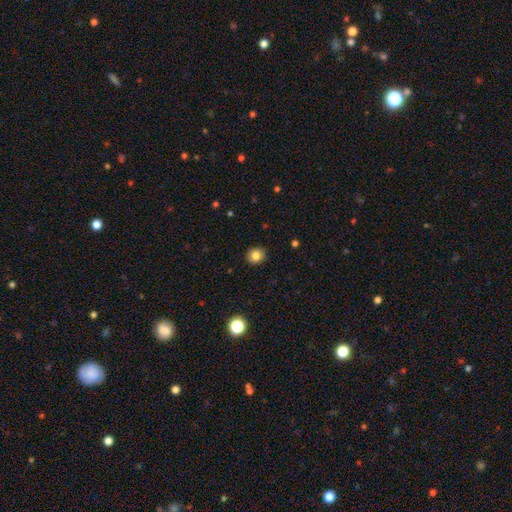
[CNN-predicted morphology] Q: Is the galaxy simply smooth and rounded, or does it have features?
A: smooth — 83%.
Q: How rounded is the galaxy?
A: round — 87%.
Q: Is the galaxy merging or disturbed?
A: none — 90%.